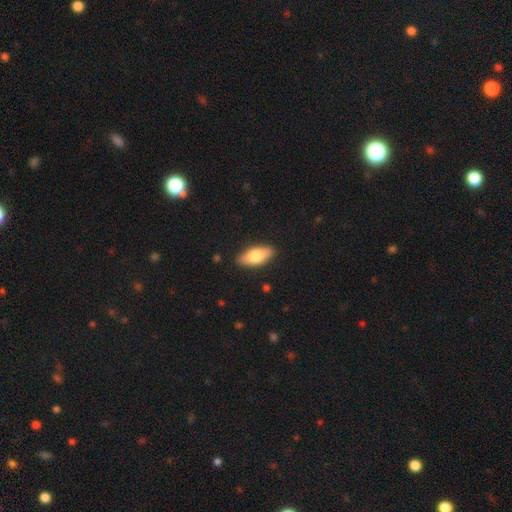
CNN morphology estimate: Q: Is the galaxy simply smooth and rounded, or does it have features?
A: smooth — 74%.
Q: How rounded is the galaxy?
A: in between — 84%.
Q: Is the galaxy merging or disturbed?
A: none — 89%.